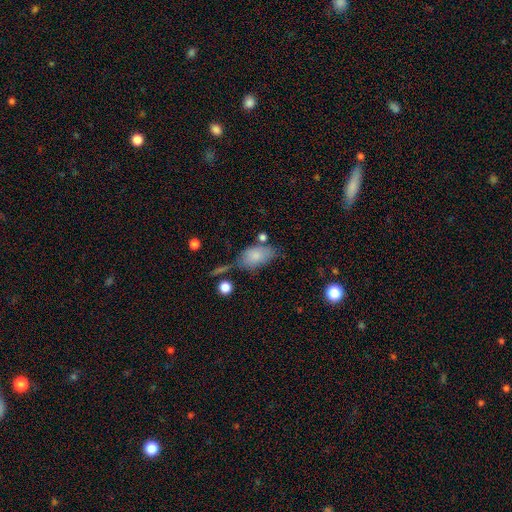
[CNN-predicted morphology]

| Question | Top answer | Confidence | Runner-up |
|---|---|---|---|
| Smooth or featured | smooth | 80% | featured or disk (12%) |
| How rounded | in between | 90% | round (7%) |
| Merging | none | 53% | minor disturbance (26%) |